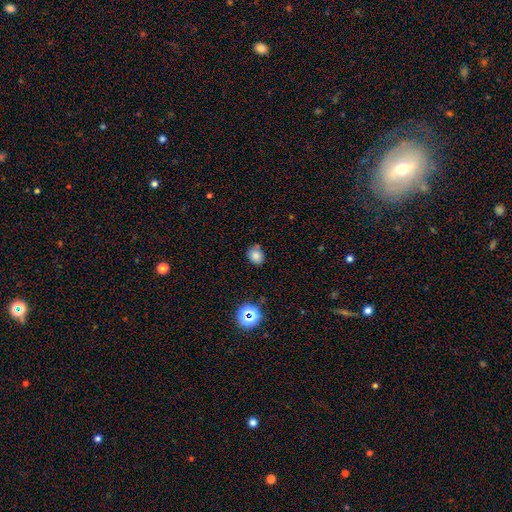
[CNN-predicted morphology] Smooth or featured?
  - smooth: 78% *
  - star or artifact: 14%
  - featured or disk: 7%
How rounded?
  - round: 56% *
  - in between: 43%
  - cigar-shaped: 1%
Merging?
  - none: 71% *
  - minor disturbance: 19%
  - merger: 6%
  - major disturbance: 4%